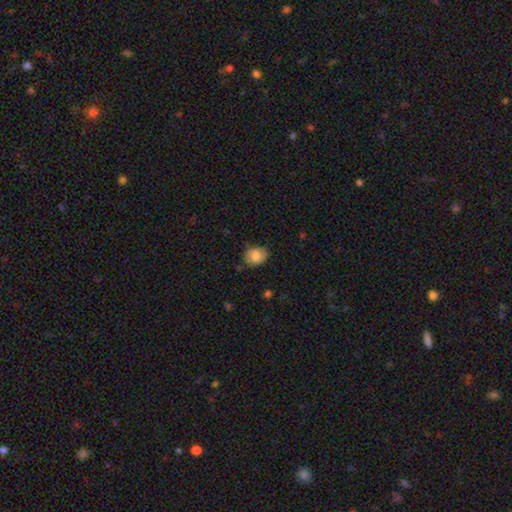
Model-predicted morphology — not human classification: The model was most divided on "how rounded": in between: 53%, round: 46%, cigar-shaped: 1%. More confident: merging — none (76%); smooth or featured — smooth (74%).